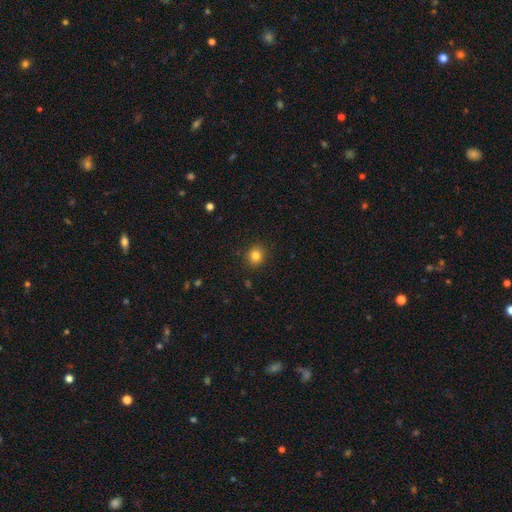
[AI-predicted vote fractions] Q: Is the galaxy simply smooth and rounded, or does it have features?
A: smooth — 82%.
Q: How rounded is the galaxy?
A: round — 78%.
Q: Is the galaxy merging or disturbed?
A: none — 90%.